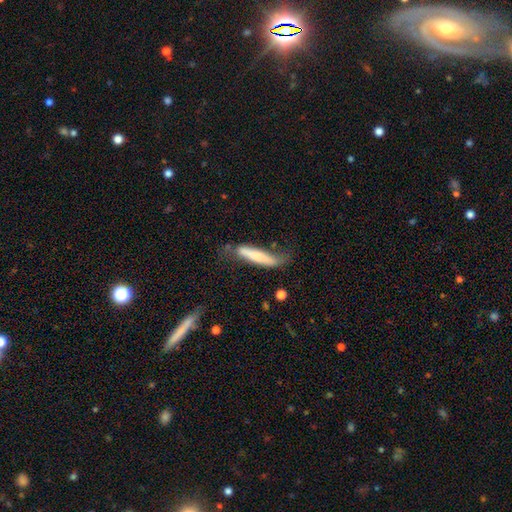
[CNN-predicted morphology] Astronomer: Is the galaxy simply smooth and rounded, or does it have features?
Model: smooth — 66%.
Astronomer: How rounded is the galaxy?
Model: cigar-shaped — 88%.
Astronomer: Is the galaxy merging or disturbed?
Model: none — 42% (runner-up: minor disturbance, 33%).